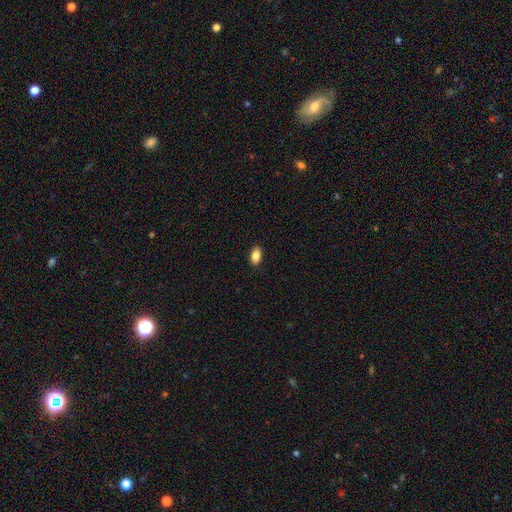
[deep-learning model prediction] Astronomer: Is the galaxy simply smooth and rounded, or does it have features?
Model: smooth — 85%.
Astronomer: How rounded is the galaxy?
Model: in between — 91%.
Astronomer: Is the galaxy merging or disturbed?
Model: none — 90%.